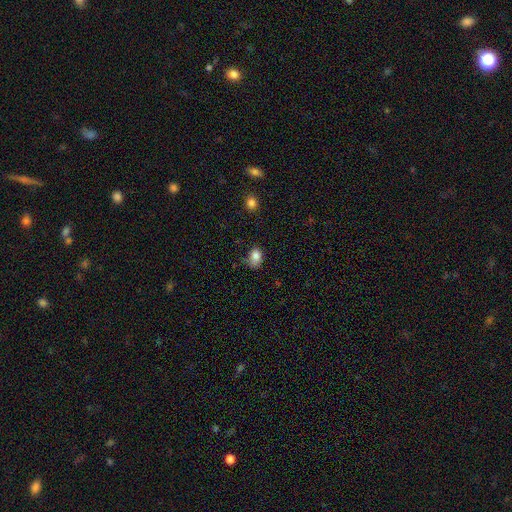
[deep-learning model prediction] A smooth galaxy with no disk features (83%) that is in between round and cigar-shaped (70%).

Vote fractions:
- Smooth or featured? smooth: 83% / star or artifact: 10% / featured or disk: 6%
- How rounded? in between: 70% / round: 29% / cigar-shaped: 1%
- Merging? none: 53% / minor disturbance: 34% / major disturbance: 10% / merger: 3%